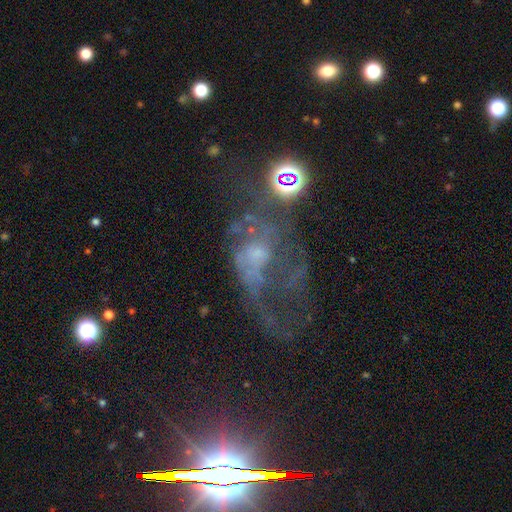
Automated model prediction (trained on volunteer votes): Morphology: type=featured or disk (62%); edge-on=no (96%); bar=no (78%); spiral arms=yes (53%); bulge=small (39%); merging=major disturbance (52%).